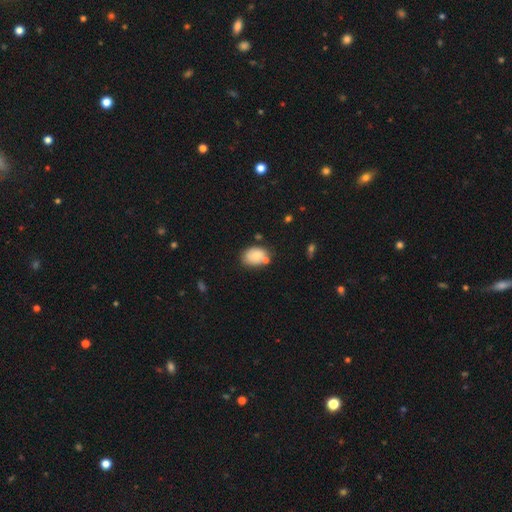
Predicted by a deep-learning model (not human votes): Smooth or featured? smooth (73%)
How rounded? in between (74%)
Merging? none (60%)